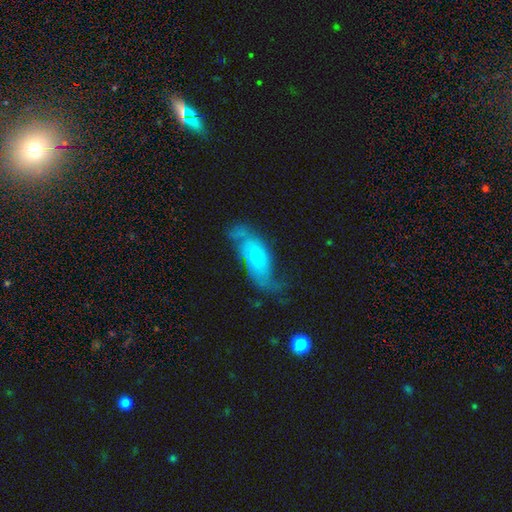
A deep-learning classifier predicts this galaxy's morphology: Smooth or featured? featured or disk (65%)
Edge-on disk? no (90%)
Bar? no (69%)
Spiral arms? yes (86%)
Bulge size? small (54%)
Merging? none (48%)